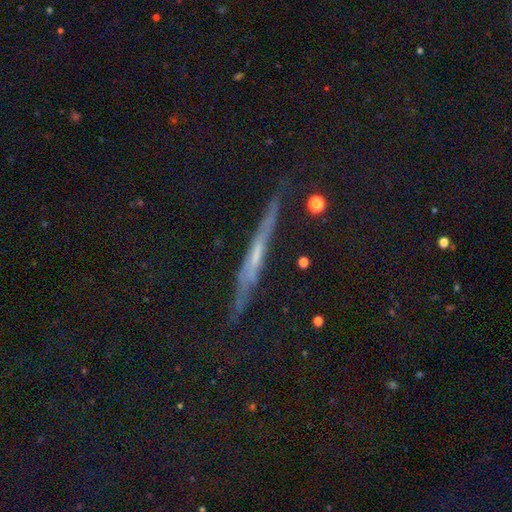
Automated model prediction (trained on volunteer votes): Overall: star or artifact (37%; featured or disk 34%).